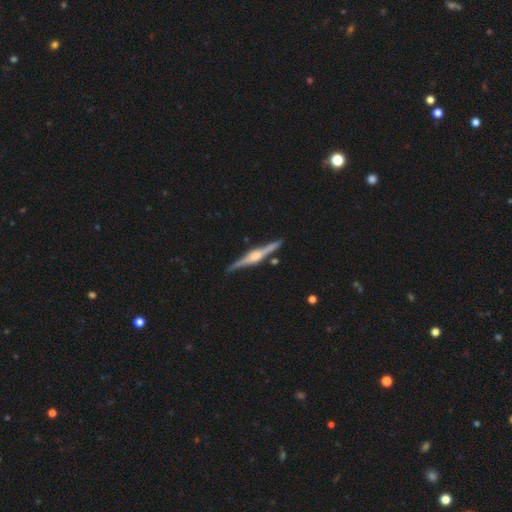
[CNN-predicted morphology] A featured or disk galaxy (86%) viewed edge-on (98%) with a rounded central bulge (77%).

Vote fractions:
- Smooth or featured? featured or disk: 86% / smooth: 10% / star or artifact: 5%
- Edge-on disk? yes: 98% / no: 2%
- Edge-on bulge? rounded: 77% / boxy: 20% / none: 4%
- Merging? none: 88% / minor disturbance: 8% / merger: 2% / major disturbance: 2%